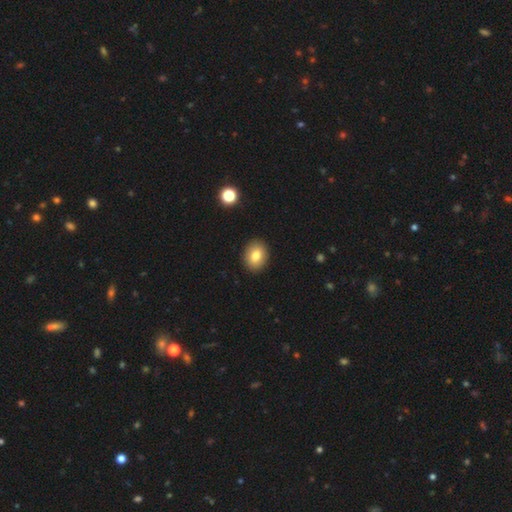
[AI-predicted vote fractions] This is clearly a smooth galaxy (80%). How rounded: possibly in between (55%). Merging: clearly none (91%).